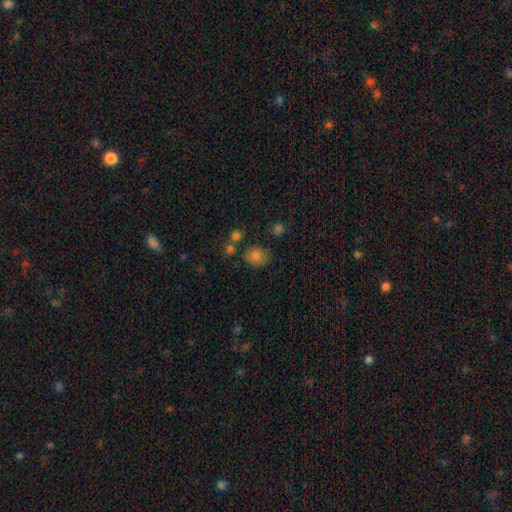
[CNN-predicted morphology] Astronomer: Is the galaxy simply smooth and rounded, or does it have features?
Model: smooth — 80%.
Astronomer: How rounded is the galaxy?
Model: round — 54% (runner-up: in between, 45%).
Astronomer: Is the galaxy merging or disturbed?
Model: none — 69%.